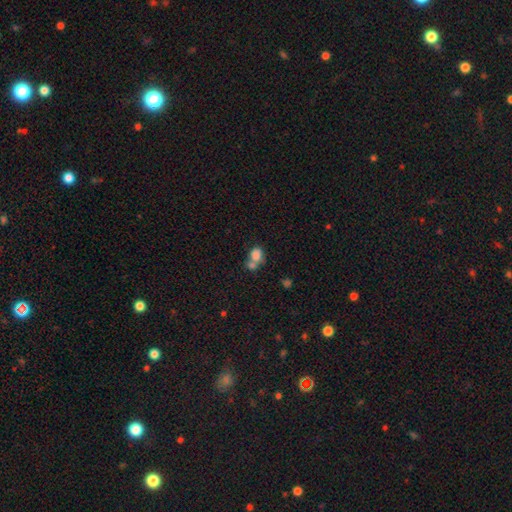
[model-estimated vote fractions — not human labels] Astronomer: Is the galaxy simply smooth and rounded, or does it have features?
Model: smooth — 78%.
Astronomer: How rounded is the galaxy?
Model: in between — 50% (runner-up: round, 49%).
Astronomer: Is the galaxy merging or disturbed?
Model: merger — 58%.